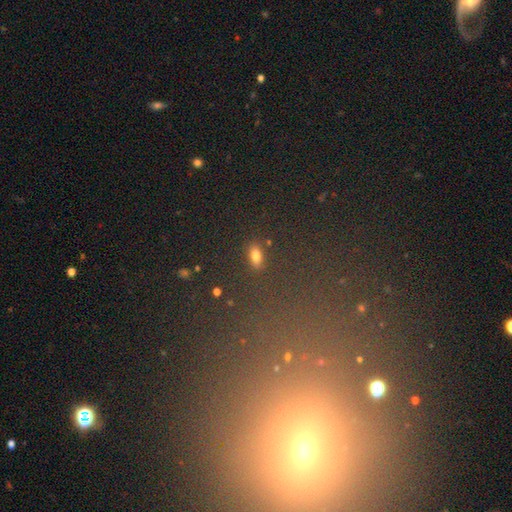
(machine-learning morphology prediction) A smooth galaxy with no disk features (76%) that is in between round and cigar-shaped (84%).

Vote fractions:
- Smooth or featured? smooth: 76% / star or artifact: 16% / featured or disk: 8%
- How rounded? in between: 84% / round: 10% / cigar-shaped: 6%
- Merging? none: 85% / minor disturbance: 9% / major disturbance: 3% / merger: 3%